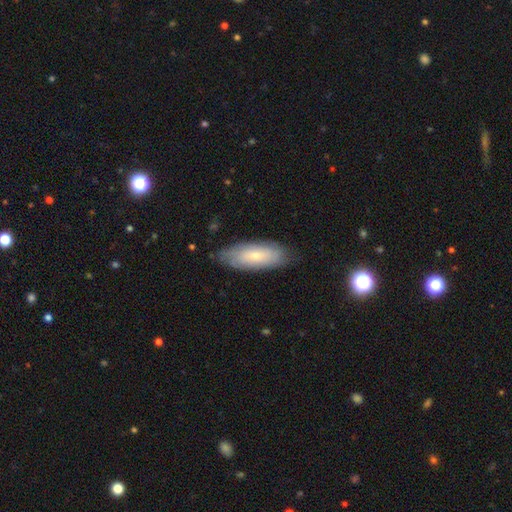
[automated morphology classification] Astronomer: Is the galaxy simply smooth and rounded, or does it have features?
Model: smooth — 56% (runner-up: featured or disk, 37%).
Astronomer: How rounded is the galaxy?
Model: in between — 78%.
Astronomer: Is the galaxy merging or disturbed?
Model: none — 77%.